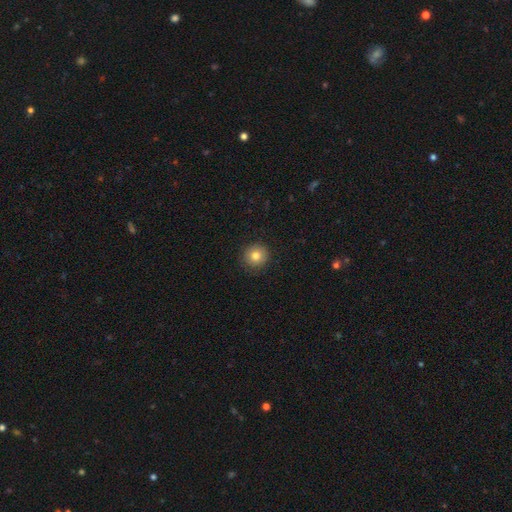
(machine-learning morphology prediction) A smooth galaxy with no disk features (81%) that is round (94%).

Vote fractions:
- Smooth or featured? smooth: 81% / star or artifact: 11% / featured or disk: 8%
- How rounded? round: 94% / in between: 5% / cigar-shaped: 1%
- Merging? none: 91% / minor disturbance: 7% / major disturbance: 2% / merger: 1%